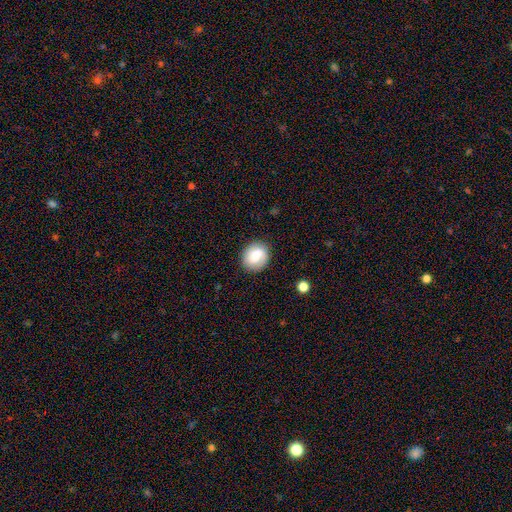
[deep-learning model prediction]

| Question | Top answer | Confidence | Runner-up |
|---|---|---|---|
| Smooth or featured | smooth | 69% | featured or disk (23%) |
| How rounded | round | 63% | in between (36%) |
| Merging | none | 82% | minor disturbance (12%) |